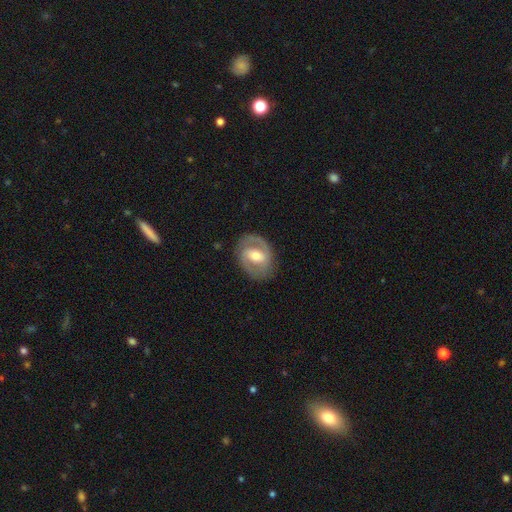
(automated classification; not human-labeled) This is likely a featured or disk galaxy (76%). It is clearly not viewed edge-on (97%). Bar: marginally weak (44%). Spiral arm pattern: likely yes (80%). Spiral arm count: clearly 2 (84%). Spiral winding: possibly medium (46%). Central bulge: likely moderate (65%). Merging: clearly none (81%).